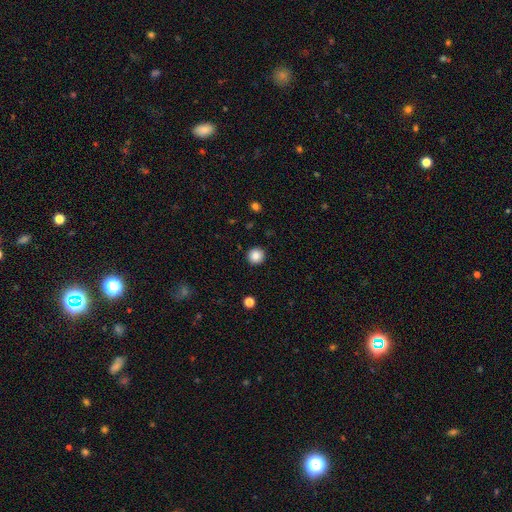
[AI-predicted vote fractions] The model was most divided on "smooth or featured": smooth: 86%, star or artifact: 10%, featured or disk: 4%. More confident: how rounded — round (94%); merging — none (92%).